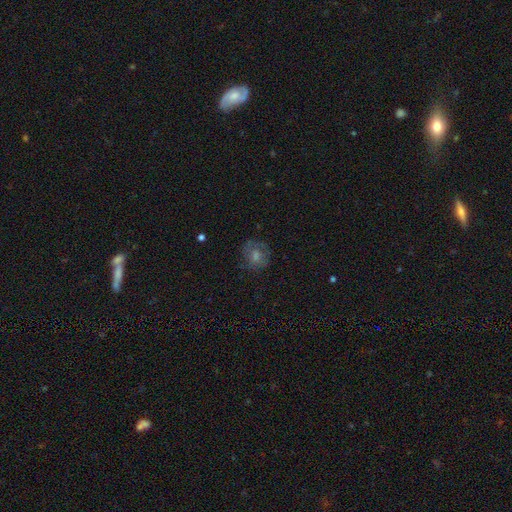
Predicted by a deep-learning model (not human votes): Smooth or featured: smooth — 41% (featured or disk — 40%)
Merging: none — 77% (minor disturbance — 15%)